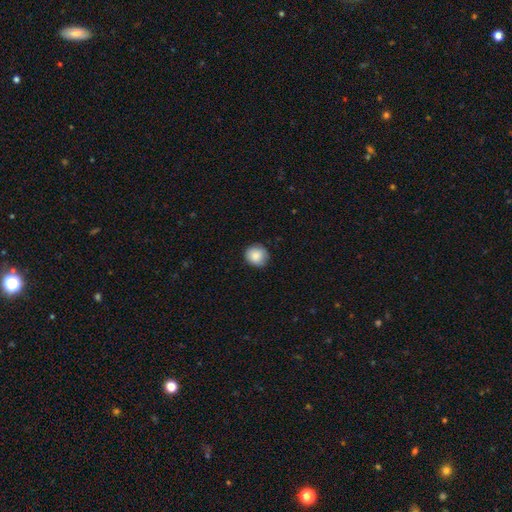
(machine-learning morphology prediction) smooth-or-featured: smooth: 87% | star or artifact: 8% | featured or disk: 5%
  how-rounded: round: 87% | in between: 12% | cigar-shaped: 1%
  merging: none: 84% | minor disturbance: 13% | major disturbance: 2% | merger: 1%